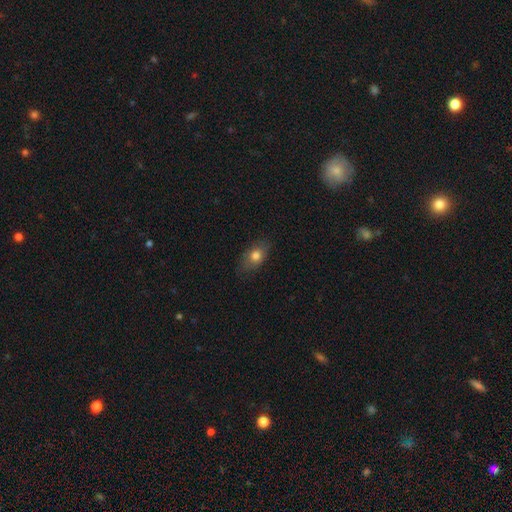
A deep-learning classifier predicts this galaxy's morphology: smooth-or-featured: smooth: 76% | featured or disk: 15% | star or artifact: 9%
  how-rounded: in between: 78% | round: 18% | cigar-shaped: 4%
  merging: none: 78% | minor disturbance: 17% | major disturbance: 4% | merger: 1%